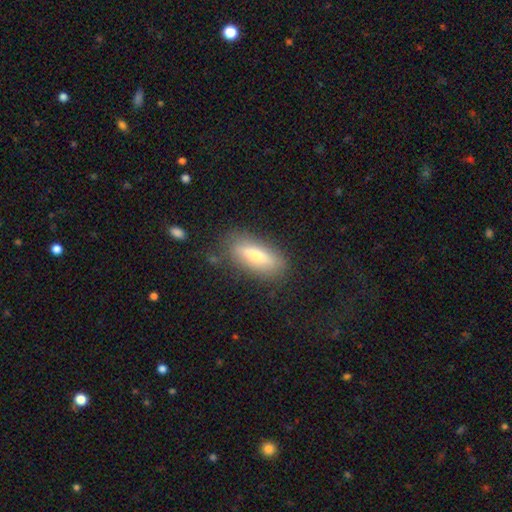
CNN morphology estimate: Smooth or featured?
  - smooth: 63% *
  - featured or disk: 30%
  - star or artifact: 7%
How rounded?
  - in between: 59% *
  - cigar-shaped: 38%
  - round: 2%
Merging?
  - none: 80% *
  - minor disturbance: 13%
  - major disturbance: 4%
  - merger: 2%